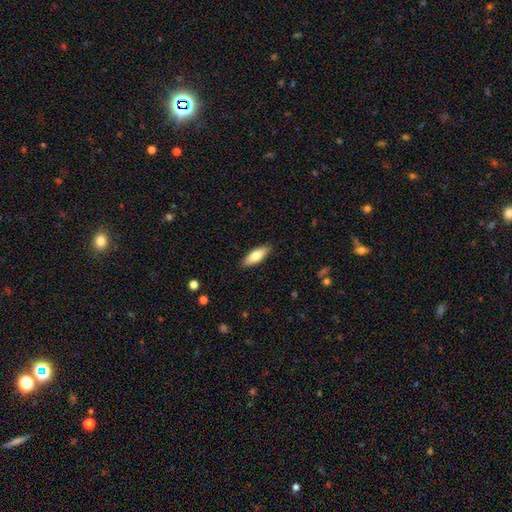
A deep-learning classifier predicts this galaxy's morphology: Smooth or featured? Predicted: smooth (p=0.74). How rounded? Predicted: in between (p=0.63). Merging? Predicted: none (p=0.88).